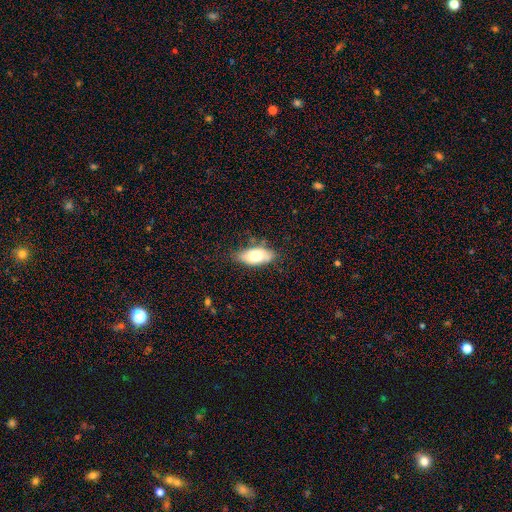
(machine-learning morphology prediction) The model was most divided on "smooth or featured": smooth: 71%, featured or disk: 22%, star or artifact: 7%. More confident: how rounded — in between (88%); merging — none (72%).